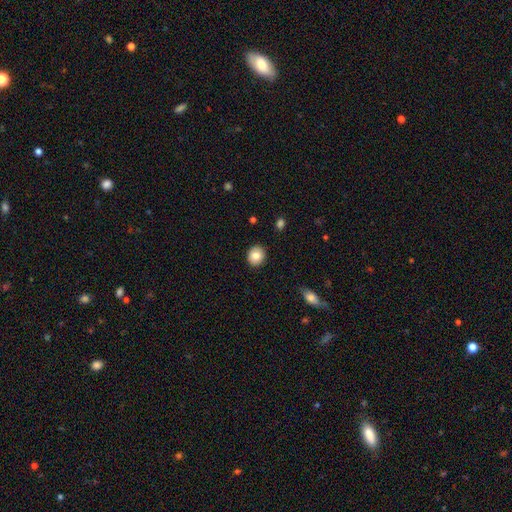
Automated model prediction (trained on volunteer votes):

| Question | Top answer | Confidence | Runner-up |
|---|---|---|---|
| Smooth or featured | smooth | 82% | featured or disk (9%) |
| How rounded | round | 77% | in between (22%) |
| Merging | none | 89% | minor disturbance (8%) |